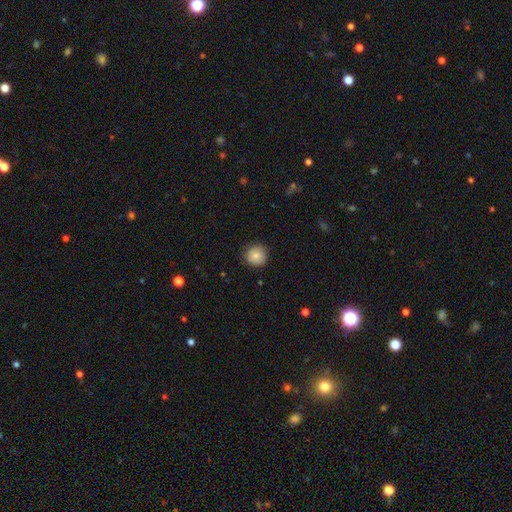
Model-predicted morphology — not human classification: smooth_or_featured: smooth (p=0.80) [alt: featured or disk p=0.11]
how_rounded: round (p=0.94) [alt: in between p=0.05]
merging: none (p=0.87) [alt: minor disturbance p=0.10]